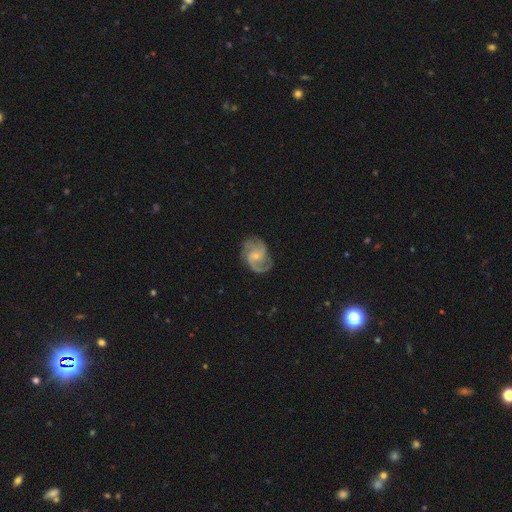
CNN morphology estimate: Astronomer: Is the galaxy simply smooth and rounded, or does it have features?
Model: featured or disk — 86%.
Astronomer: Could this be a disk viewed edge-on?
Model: no — 98%.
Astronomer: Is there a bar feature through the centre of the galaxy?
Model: no — 48% (runner-up: weak, 43%).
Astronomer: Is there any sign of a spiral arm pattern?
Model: yes — 97%.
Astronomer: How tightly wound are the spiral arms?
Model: medium — 54%.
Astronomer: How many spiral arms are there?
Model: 2 — 49% (runner-up: 3, 28%).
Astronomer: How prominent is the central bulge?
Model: small — 68%.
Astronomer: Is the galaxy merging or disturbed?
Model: none — 71%.